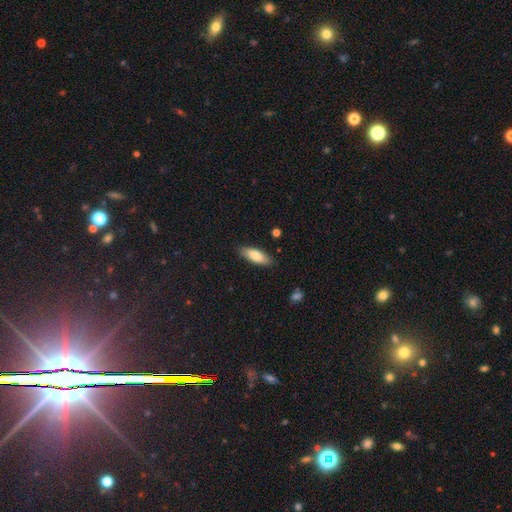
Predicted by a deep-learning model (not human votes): smooth 79%, featured or disk 15%, star or artifact 6%. Down the decision tree: how rounded — in between (67%); merging — none (84%).